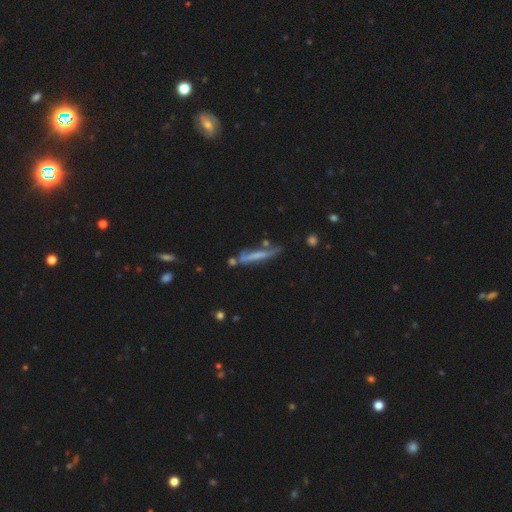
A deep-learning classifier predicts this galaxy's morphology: type=featured or disk (47%); merging=none (54%).